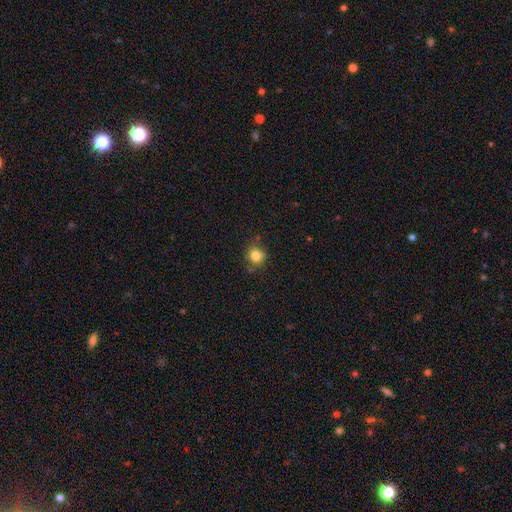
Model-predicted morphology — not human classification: type=smooth (79%); roundness=round (75%); merging=none (70%).